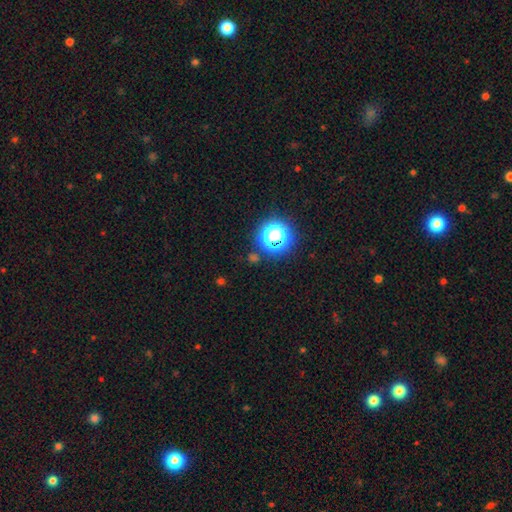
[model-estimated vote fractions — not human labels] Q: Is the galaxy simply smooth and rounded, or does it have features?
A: star or artifact — 64%.